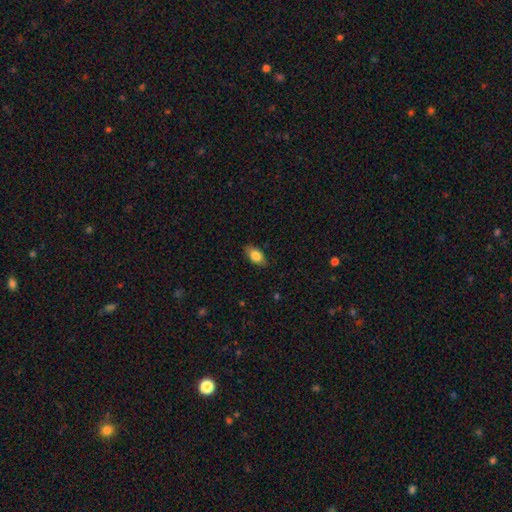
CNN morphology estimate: A smooth galaxy with no disk features (84%) that is in between round and cigar-shaped (91%).

Vote fractions:
- Smooth or featured? smooth: 84% / featured or disk: 9% / star or artifact: 7%
- How rounded? in between: 91% / round: 5% / cigar-shaped: 4%
- Merging? none: 85% / minor disturbance: 11% / major disturbance: 2% / merger: 1%